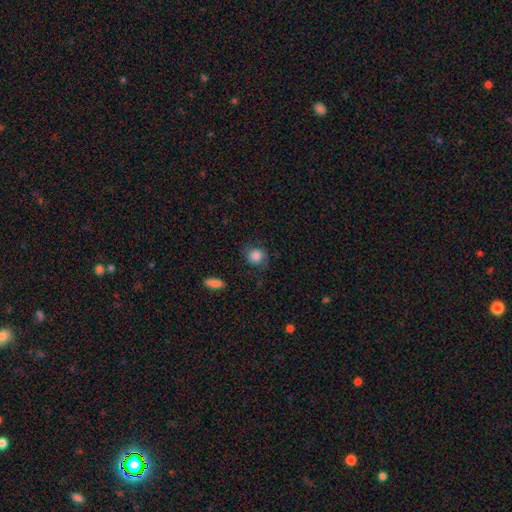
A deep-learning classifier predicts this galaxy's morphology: This appears to be a smooth galaxy with no disk features (79%) that is round (76%). Merging: none (67%).